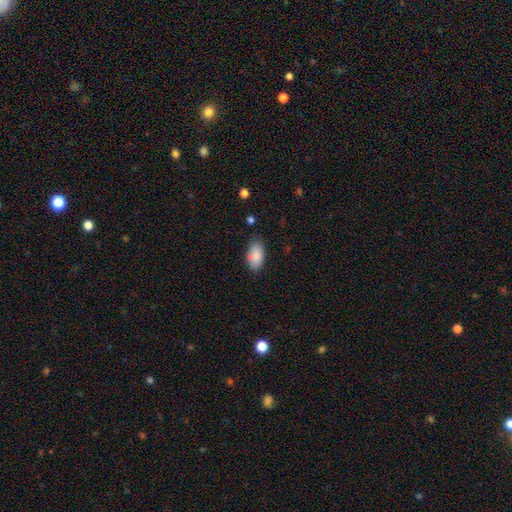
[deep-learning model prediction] Smooth or featured: smooth — 88% (star or artifact — 7%)
How rounded: in between — 94% (round — 3%)
Merging: none — 83% (minor disturbance — 13%)